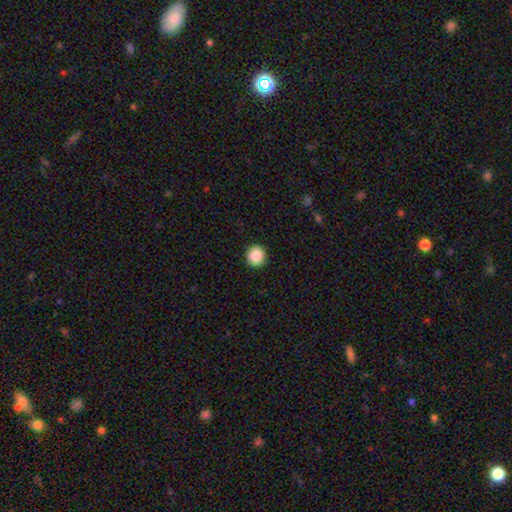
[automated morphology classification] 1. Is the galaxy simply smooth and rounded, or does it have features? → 89% smooth, 8% star or artifact, 3% featured or disk.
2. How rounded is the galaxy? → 92% round, 7% in between, 1% cigar-shaped.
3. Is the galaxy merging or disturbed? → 92% none, 5% minor disturbance, 2% major disturbance, 1% merger.